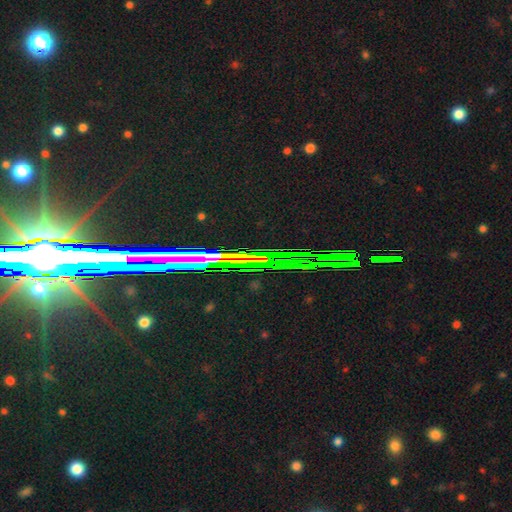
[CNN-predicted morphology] The model was most divided on "smooth or featured": star or artifact: 81%, featured or disk: 11%, smooth: 8%.